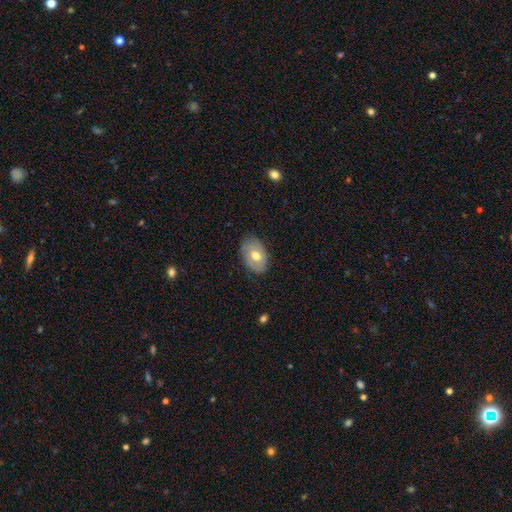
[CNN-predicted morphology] type=smooth (57%); roundness=in between (85%); merging=none (79%).